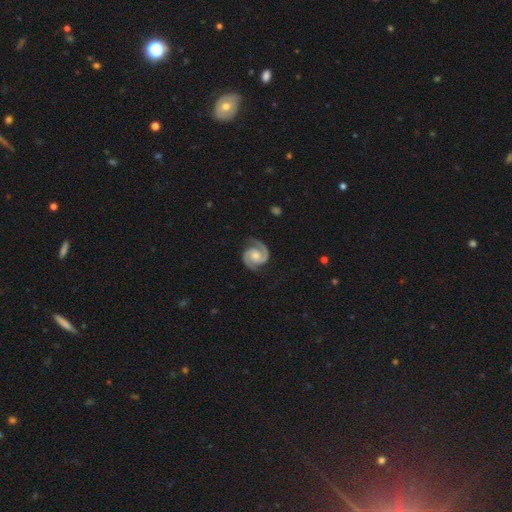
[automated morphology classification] The model was most divided on "spiral winding": tight: 49%, medium: 44%, loose: 7%. More confident: spiral arms — yes (99%); edge-on disk — no (98%); spiral arm count — 2 (94%); smooth or featured — featured or disk (92%); merging — none (82%); bar — no (63%); bulge size — moderate (57%).